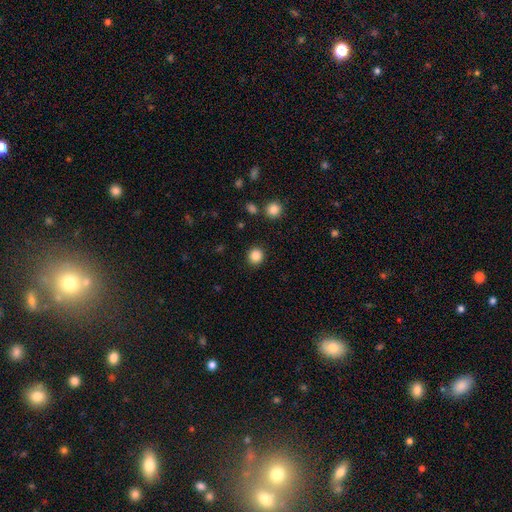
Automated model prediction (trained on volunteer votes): Overall: smooth (86%). How rounded: round (93%). Merging: none (91%).